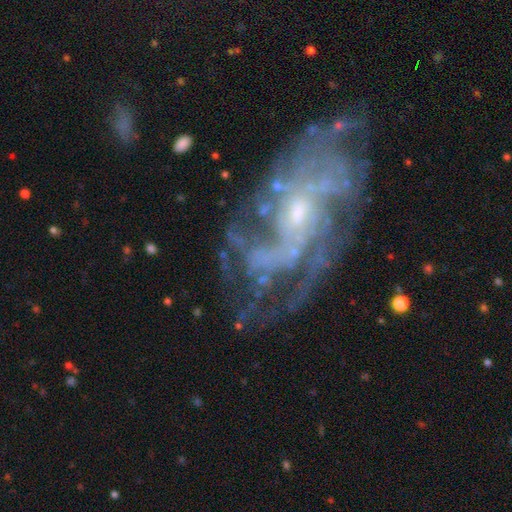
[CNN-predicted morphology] Smooth or featured? Predicted: featured or disk (p=0.85). Edge-on disk? Predicted: no (p=0.96). Bar? Predicted: no (p=0.61). Spiral arms? Predicted: yes (p=0.89). Spiral winding? Predicted: medium (p=0.42). Spiral arm count? Predicted: can't tell (p=0.34). Bulge size? Predicted: small (p=0.61). Merging? Predicted: none (p=0.56).